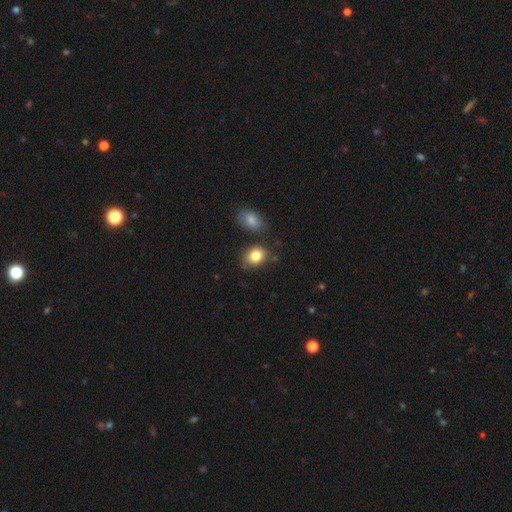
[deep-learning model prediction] Smooth or featured? smooth (84%)
How rounded? in between (55%)
Merging? none (73%)